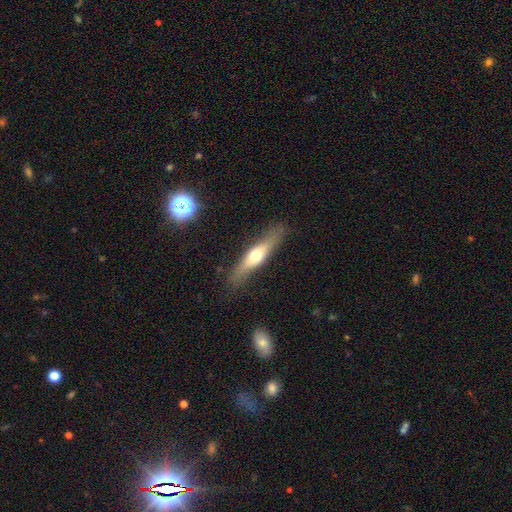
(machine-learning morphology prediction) Smooth or featured: featured or disk — 51% (smooth — 43%)
Edge-on disk: yes — 86% (no — 14%)
Merging: none — 83% (minor disturbance — 12%)